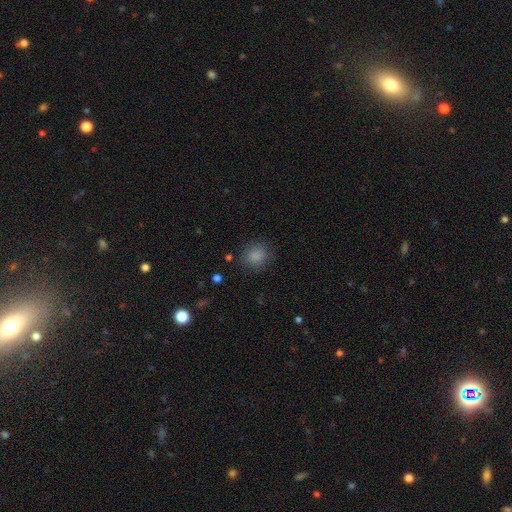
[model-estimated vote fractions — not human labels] Smooth or featured: smooth — 85% (star or artifact — 11%)
How rounded: round — 80% (in between — 19%)
Merging: none — 83% (minor disturbance — 12%)